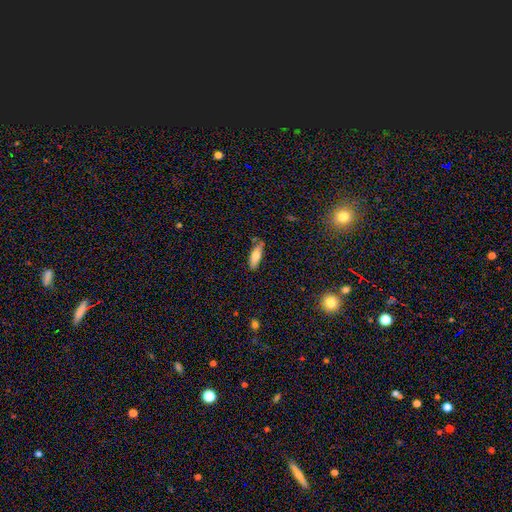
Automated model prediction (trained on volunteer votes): The model was most divided on "how rounded": in between: 63%, cigar-shaped: 35%, round: 2%. More confident: smooth or featured — smooth (75%); merging — none (71%).